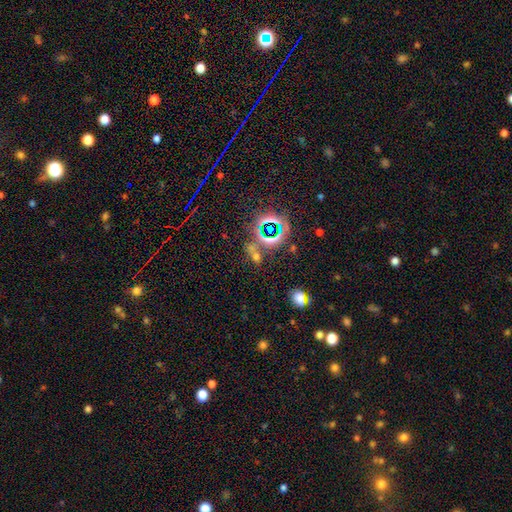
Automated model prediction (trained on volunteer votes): Morphology: type=star or artifact (51%).